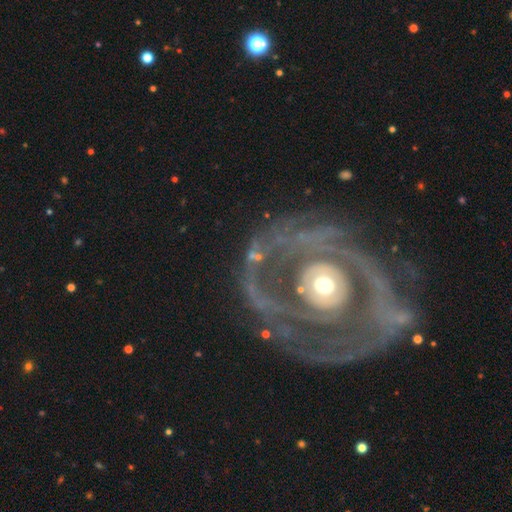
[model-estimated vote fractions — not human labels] smooth_or_featured: featured or disk (p=0.86) [alt: smooth p=0.08]
disk_edge_on: no (p=0.97) [alt: yes p=0.03]
bar: no (p=0.78) [alt: weak p=0.14]
has_spiral_arms: yes (p=0.77) [alt: no p=0.23]
spiral_winding: tight (p=0.64) [alt: medium p=0.25]
spiral_arm_count: 2 (p=0.32) [alt: can't tell p=0.26]
bulge_size: moderate (p=0.66) [alt: small p=0.19]
merging: none (p=0.64) [alt: major disturbance p=0.16]